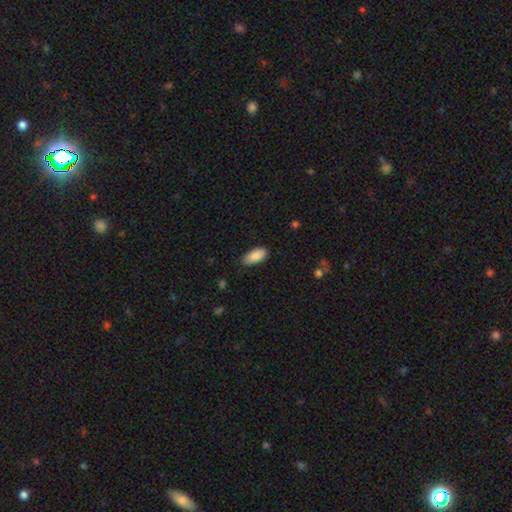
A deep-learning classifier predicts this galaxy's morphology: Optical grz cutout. It shows a smooth galaxy with no disk features (88%) that is in between round and cigar-shaped (90%). Merging: none (79%).